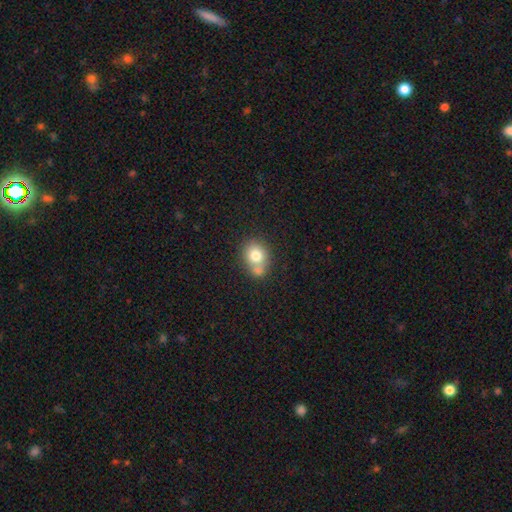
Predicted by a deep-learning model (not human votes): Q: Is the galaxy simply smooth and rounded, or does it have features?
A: smooth — 75%.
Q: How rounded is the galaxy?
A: round — 63%.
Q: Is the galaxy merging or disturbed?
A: none — 45%.